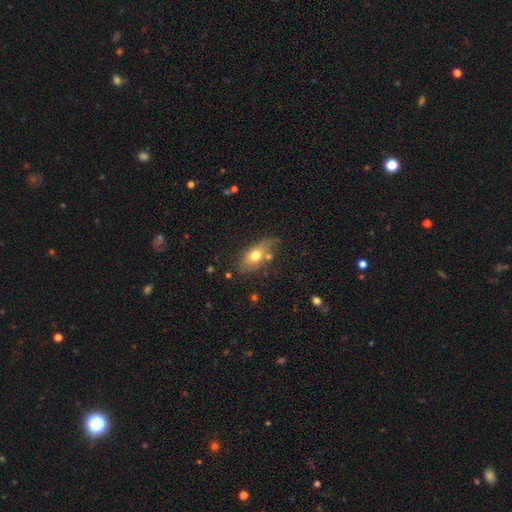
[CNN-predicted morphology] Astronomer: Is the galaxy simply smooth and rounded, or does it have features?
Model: smooth — 65%.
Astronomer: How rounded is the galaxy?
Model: in between — 82%.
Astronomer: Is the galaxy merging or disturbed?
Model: none — 59%.